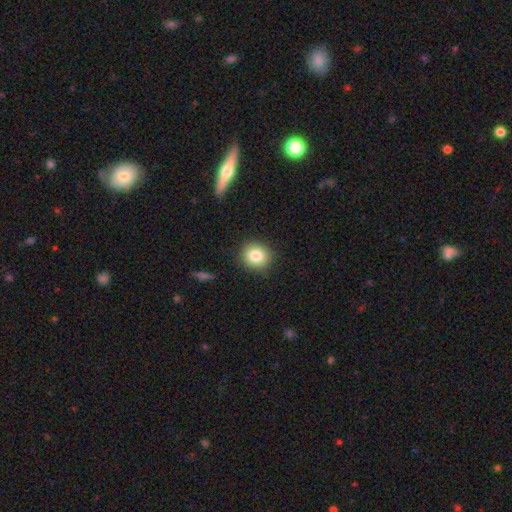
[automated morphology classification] This appears to be a smooth galaxy with no disk features (83%) that is round (84%). Merging: none (88%).